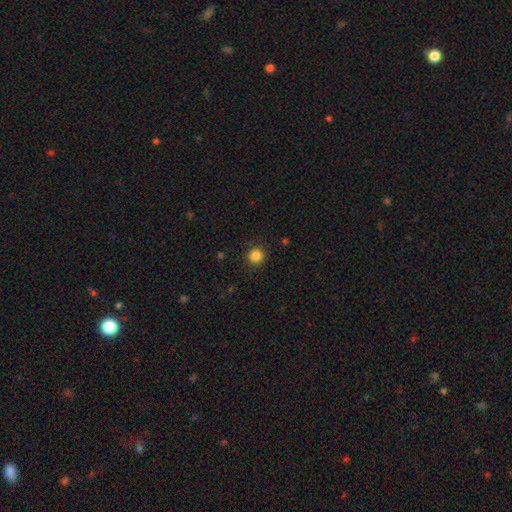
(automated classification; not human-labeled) Morphology: type=smooth (85%); roundness=round (93%); merging=none (91%).